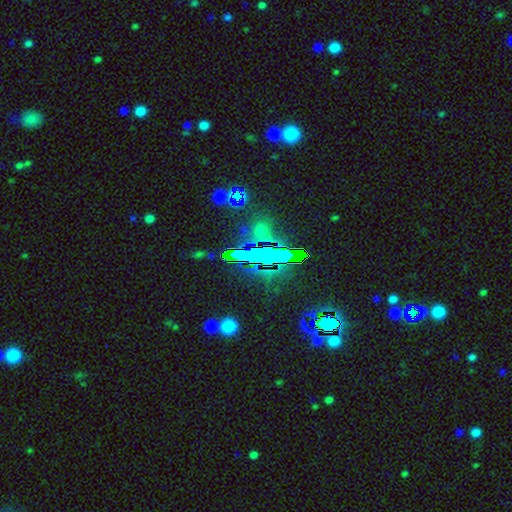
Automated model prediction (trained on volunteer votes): Smooth or featured: star or artifact — 72% (smooth — 18%)